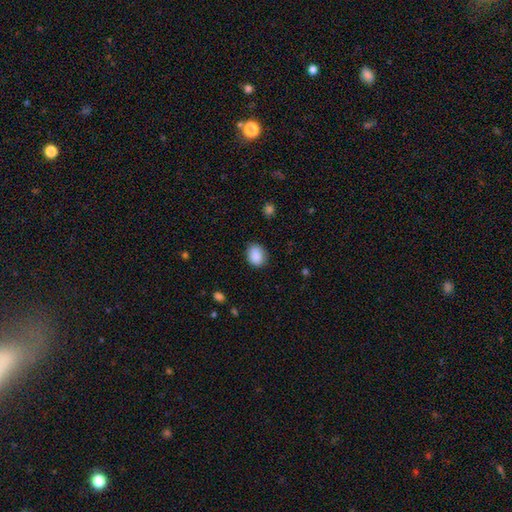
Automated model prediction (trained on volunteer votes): This is clearly a smooth galaxy (89%). How rounded: likely in between (62%). Merging: clearly none (81%).